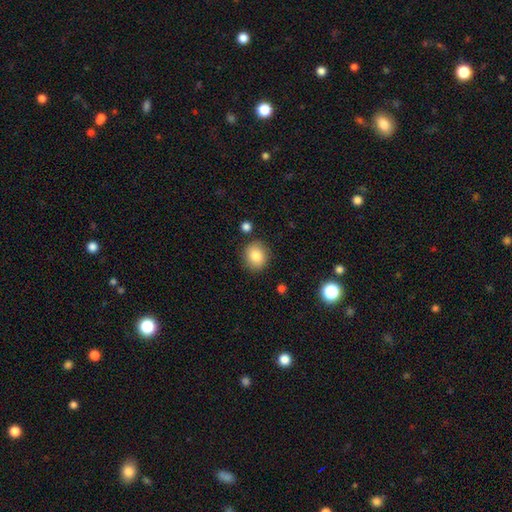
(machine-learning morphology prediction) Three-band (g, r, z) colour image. It shows a smooth galaxy with no disk features (83%) that is round (78%). Merging: none (86%).